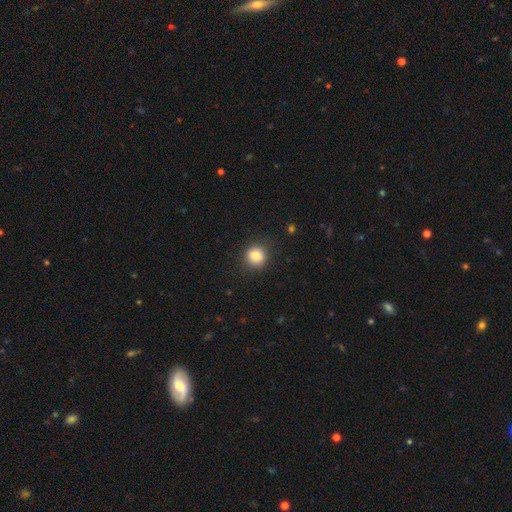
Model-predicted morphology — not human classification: Smooth or featured?
  - smooth: 85% *
  - star or artifact: 10%
  - featured or disk: 5%
How rounded?
  - round: 78% *
  - in between: 21%
  - cigar-shaped: 1%
Merging?
  - none: 84% *
  - minor disturbance: 11%
  - major disturbance: 3%
  - merger: 1%